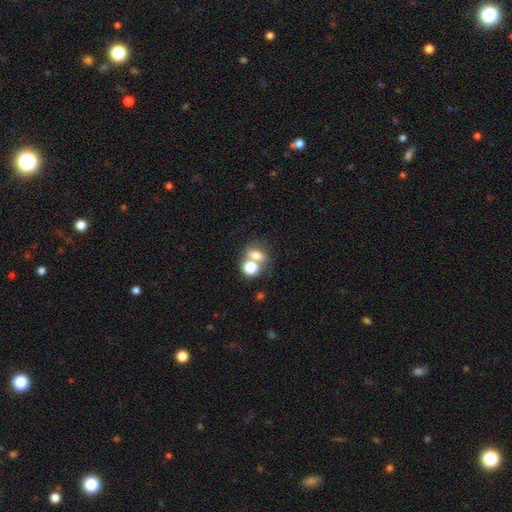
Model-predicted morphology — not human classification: Smooth or featured?
  - smooth: 69% *
  - star or artifact: 16%
  - featured or disk: 16%
How rounded?
  - in between: 58% *
  - round: 40%
  - cigar-shaped: 2%
Merging?
  - merger: 43% *
  - none: 42%
  - minor disturbance: 10%
  - major disturbance: 6%